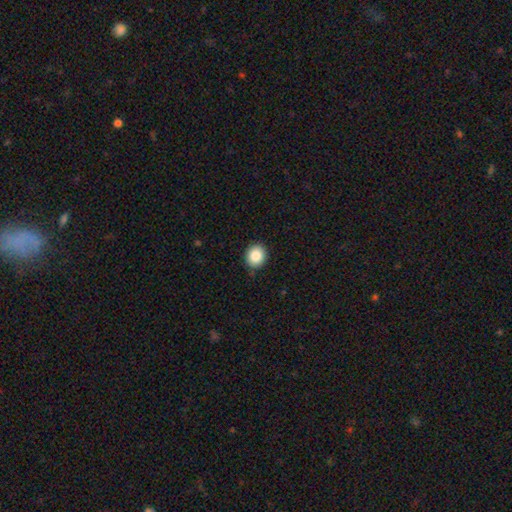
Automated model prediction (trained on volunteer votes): Morphology: type=smooth (87%); roundness=round (73%); merging=none (88%).